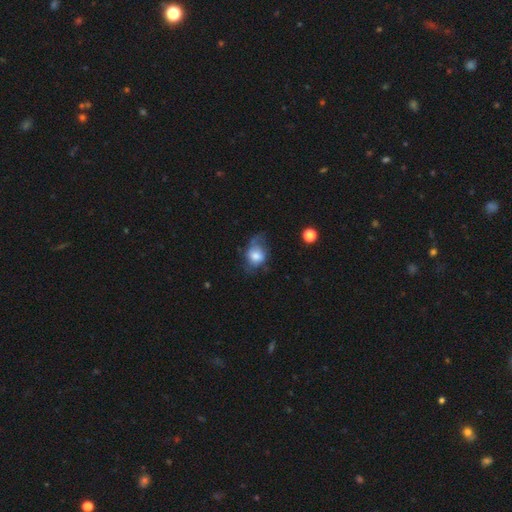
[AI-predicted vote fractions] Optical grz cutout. It shows a smooth galaxy with no disk features (63%) that is in between round and cigar-shaped (54%). Merging: major disturbance (33%).